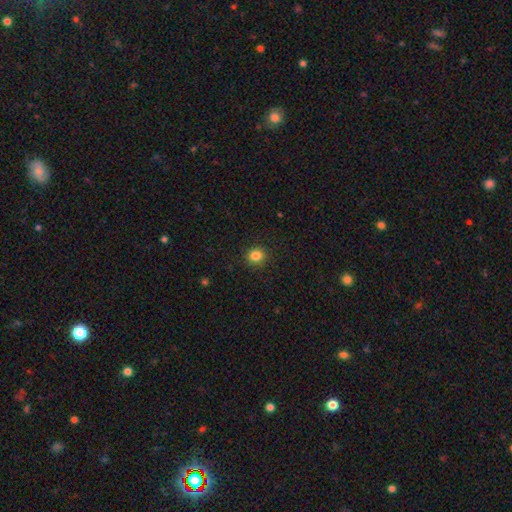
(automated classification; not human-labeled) Smooth or featured? Predicted: smooth (p=0.84). How rounded? Predicted: round (p=0.83). Merging? Predicted: none (p=0.91).